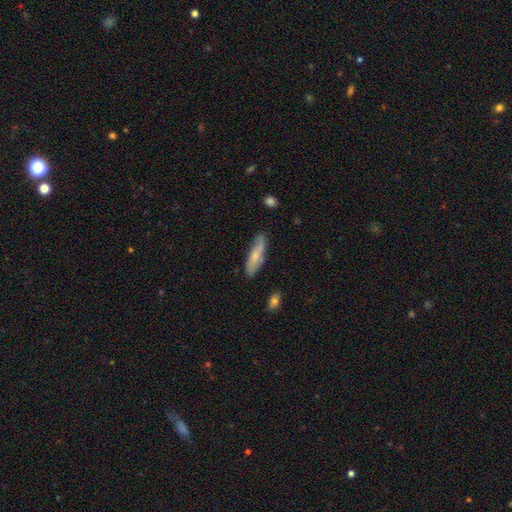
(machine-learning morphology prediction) This appears to be a smooth galaxy with no disk features (61%) that is cigar-shaped (63%). Merging: none (76%).